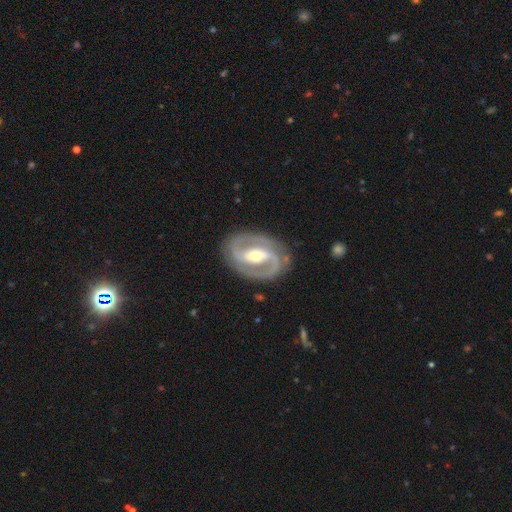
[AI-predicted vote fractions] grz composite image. It shows a featured or disk galaxy (91%) with a strong bar (54%), 2 (93%) medium (50%) spiral arms (96%) and a moderate central bulge (60%). Merging: none (85%).